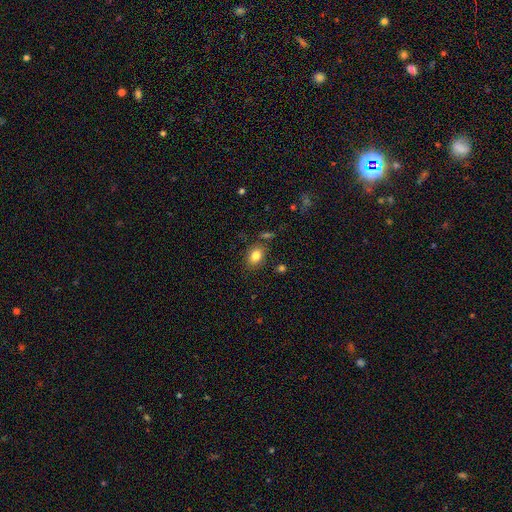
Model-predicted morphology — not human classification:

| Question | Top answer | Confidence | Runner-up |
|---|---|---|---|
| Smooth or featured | smooth | 82% | star or artifact (10%) |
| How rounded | in between | 68% | round (31%) |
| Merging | none | 81% | minor disturbance (12%) |